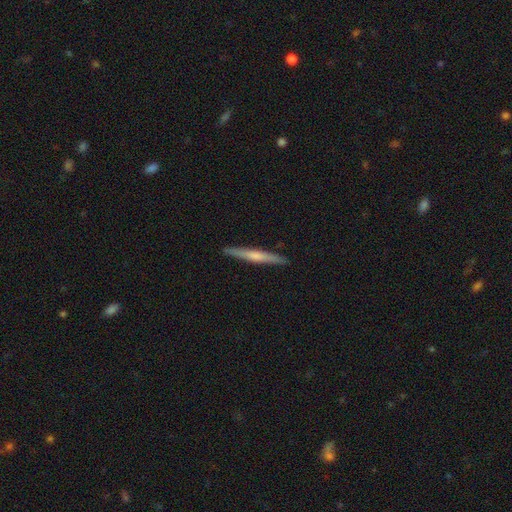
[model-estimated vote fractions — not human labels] Smooth or featured?
  - featured or disk: 48% *
  - smooth: 47%
  - star or artifact: 5%
Merging?
  - none: 91% *
  - minor disturbance: 6%
  - major disturbance: 1%
  - merger: 1%